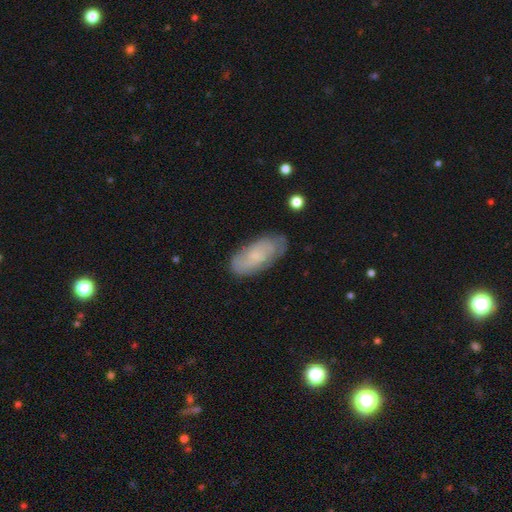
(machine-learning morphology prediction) type=smooth (48%); merging=none (76%).